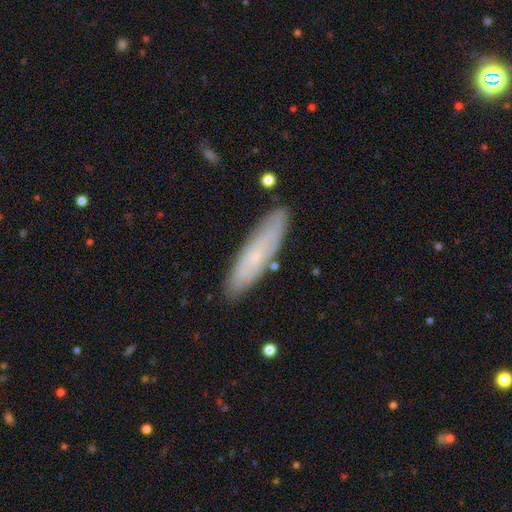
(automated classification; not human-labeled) Smooth or featured? smooth (53%)
How rounded? cigar-shaped (76%)
Merging? none (85%)